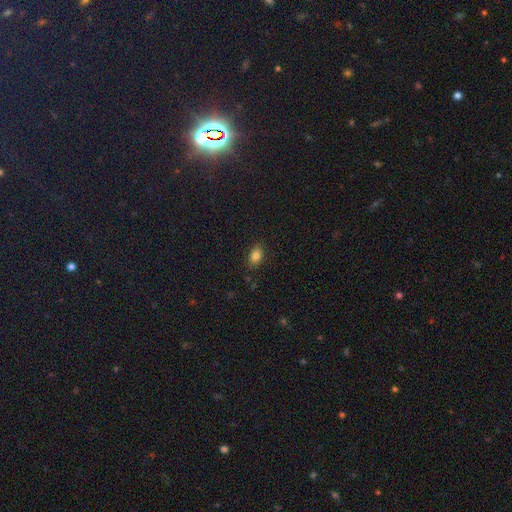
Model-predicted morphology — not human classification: smooth-or-featured: smooth: 83% | star or artifact: 11% | featured or disk: 6%
  how-rounded: in between: 82% | round: 16% | cigar-shaped: 2%
  merging: none: 85% | minor disturbance: 11% | major disturbance: 3% | merger: 1%